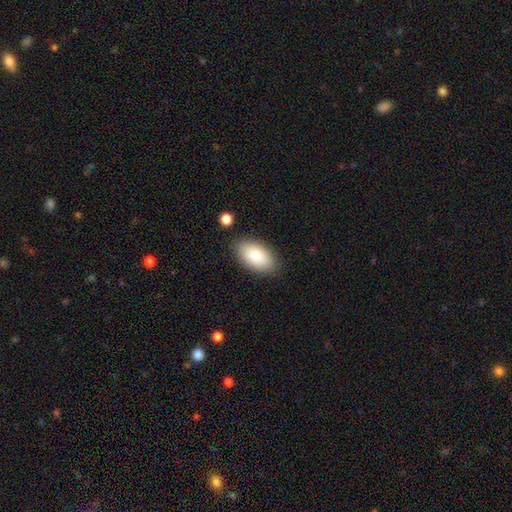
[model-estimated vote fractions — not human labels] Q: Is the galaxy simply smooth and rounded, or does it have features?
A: smooth — 82%.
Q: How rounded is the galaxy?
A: in between — 95%.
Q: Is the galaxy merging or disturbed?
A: none — 85%.